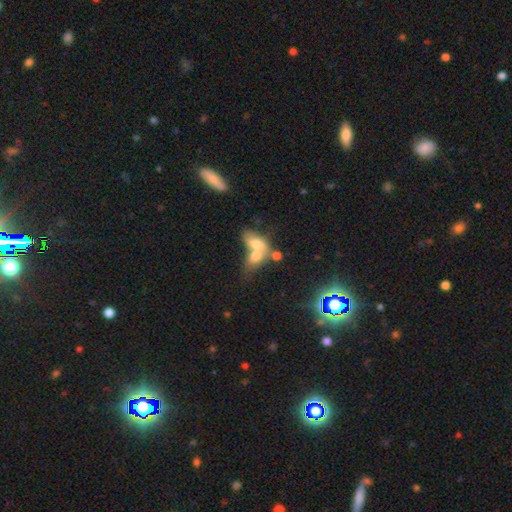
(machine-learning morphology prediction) Smooth or featured? smooth (64%)
How rounded? in between (78%)
Merging? merger (75%)